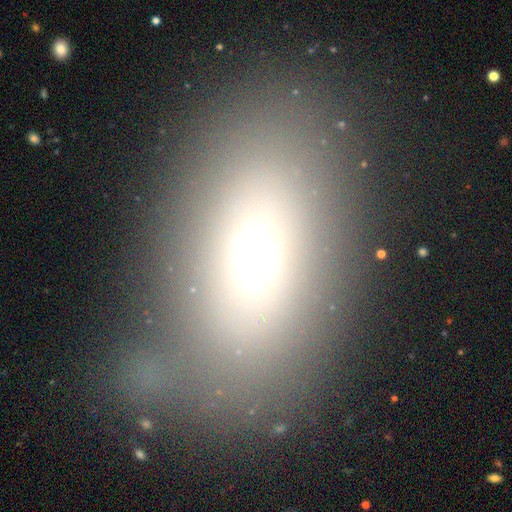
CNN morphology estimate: Smooth or featured?
  - smooth: 65% *
  - featured or disk: 19%
  - star or artifact: 16%
How rounded?
  - in between: 82% *
  - round: 13%
  - cigar-shaped: 4%
Merging?
  - none: 65% *
  - minor disturbance: 17%
  - major disturbance: 11%
  - merger: 7%